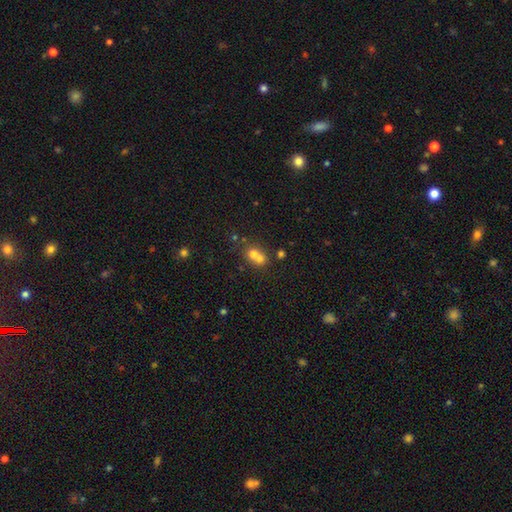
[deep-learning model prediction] The model was most divided on "merging": merger: 64%, none: 28%, minor disturbance: 5%, major disturbance: 3%. More confident: how rounded — round (74%); smooth or featured — smooth (67%).